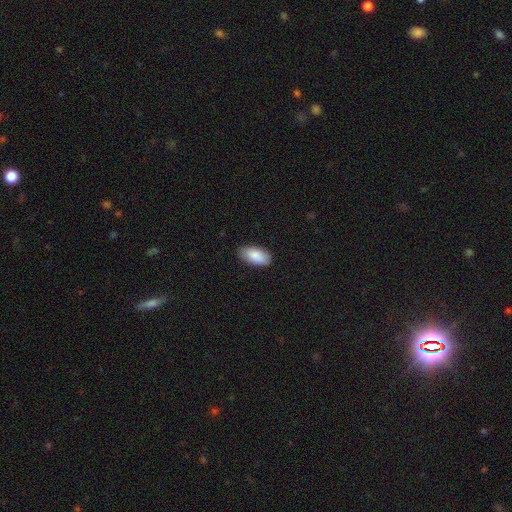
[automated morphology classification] type=smooth (87%); roundness=in between (93%); merging=none (85%).